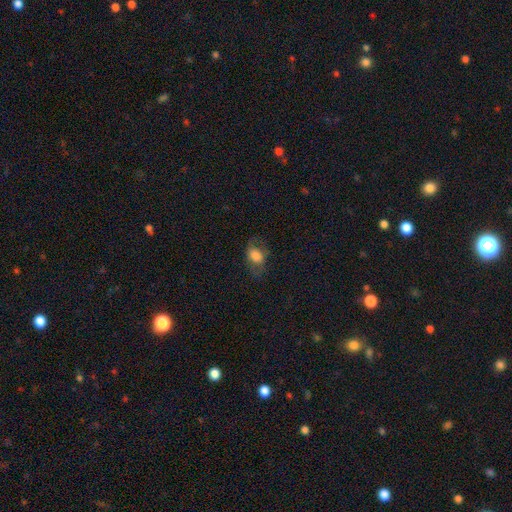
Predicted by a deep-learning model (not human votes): Smooth or featured? Predicted: smooth (p=0.65). How rounded? Predicted: in between (p=0.76). Merging? Predicted: none (p=0.62).